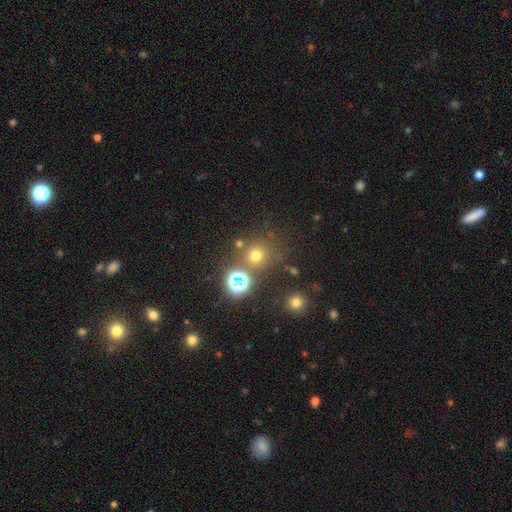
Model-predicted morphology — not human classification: Smooth or featured? smooth (64%)
How rounded? round (92%)
Merging? none (76%)